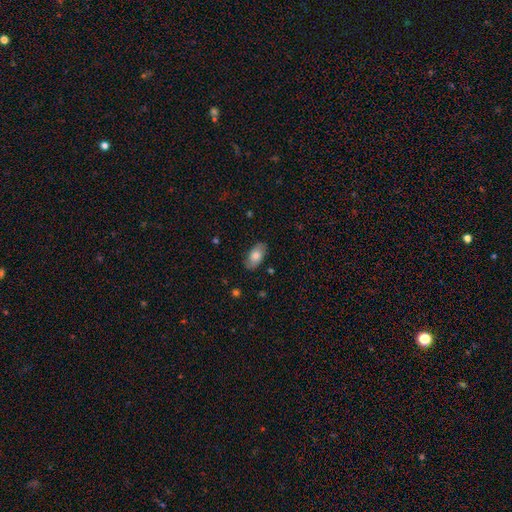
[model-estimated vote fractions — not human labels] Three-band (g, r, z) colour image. It shows a smooth galaxy with no disk features (73%) that is in between round and cigar-shaped (93%). Merging: none (84%).